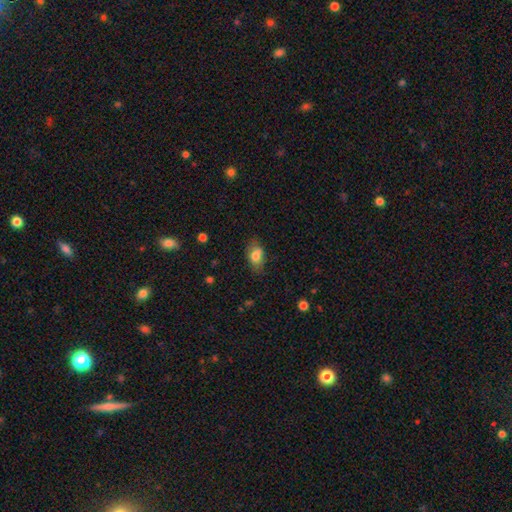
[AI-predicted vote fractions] Smooth or featured?
  - smooth: 76% *
  - featured or disk: 15%
  - star or artifact: 9%
How rounded?
  - in between: 86% *
  - round: 9%
  - cigar-shaped: 5%
Merging?
  - none: 68% *
  - minor disturbance: 20%
  - merger: 7%
  - major disturbance: 5%